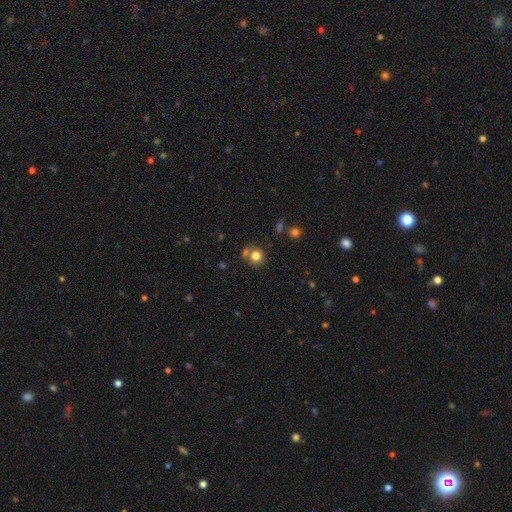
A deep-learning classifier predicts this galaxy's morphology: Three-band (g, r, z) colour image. It shows a smooth galaxy with no disk features (80%) that is round (86%). Merging: none (65%).